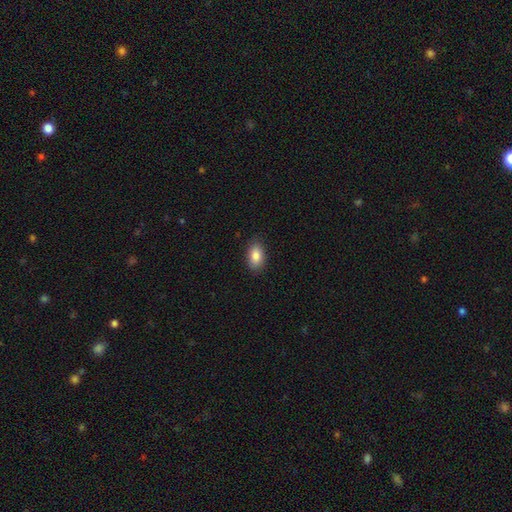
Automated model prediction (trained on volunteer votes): smooth-or-featured: smooth: 86% | star or artifact: 7% | featured or disk: 7%
  how-rounded: in between: 91% | round: 7% | cigar-shaped: 2%
  merging: none: 86% | minor disturbance: 11% | major disturbance: 2% | merger: 1%